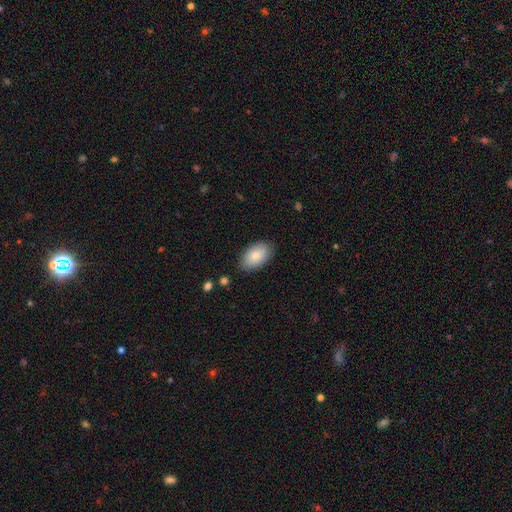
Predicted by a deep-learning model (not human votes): Smooth or featured?
  - smooth: 83% *
  - featured or disk: 11%
  - star or artifact: 6%
How rounded?
  - in between: 94% *
  - round: 5%
  - cigar-shaped: 1%
Merging?
  - none: 84% *
  - minor disturbance: 12%
  - major disturbance: 3%
  - merger: 1%